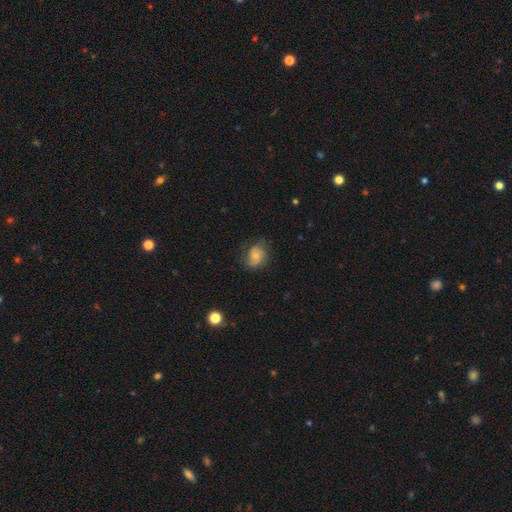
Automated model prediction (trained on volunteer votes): Morphology: type=smooth (52%); roundness=in between (52%); merging=none (61%).